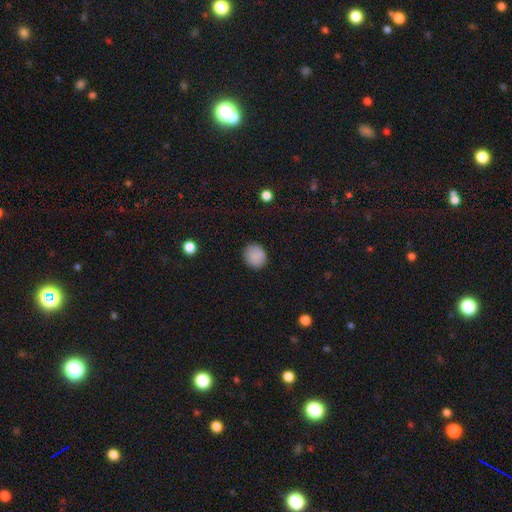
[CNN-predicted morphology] smooth_or_featured: smooth (p=0.86) [alt: star or artifact p=0.09]
how_rounded: round (p=0.80) [alt: in between p=0.19]
merging: none (p=0.87) [alt: minor disturbance p=0.09]